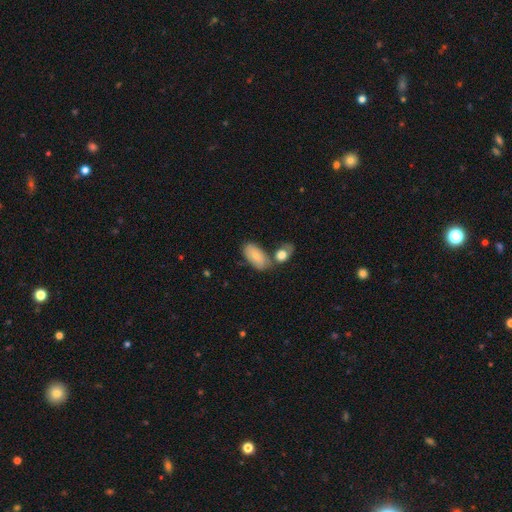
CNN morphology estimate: smooth 77%, featured or disk 16%, star or artifact 7%. Down the decision tree: how rounded — in between (93%); merging — none (53%).